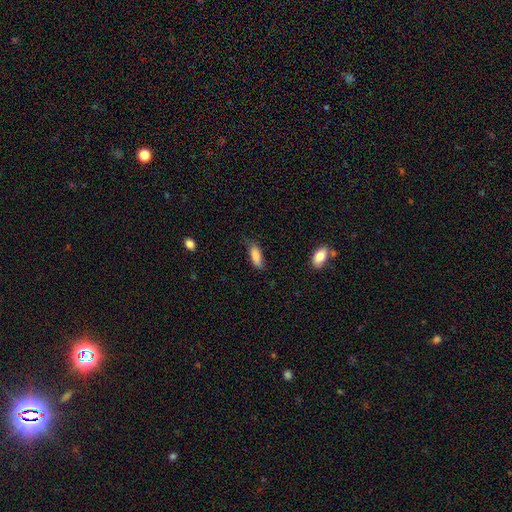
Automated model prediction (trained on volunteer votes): Morphology: type=smooth (86%); roundness=in between (70%); merging=none (67%).